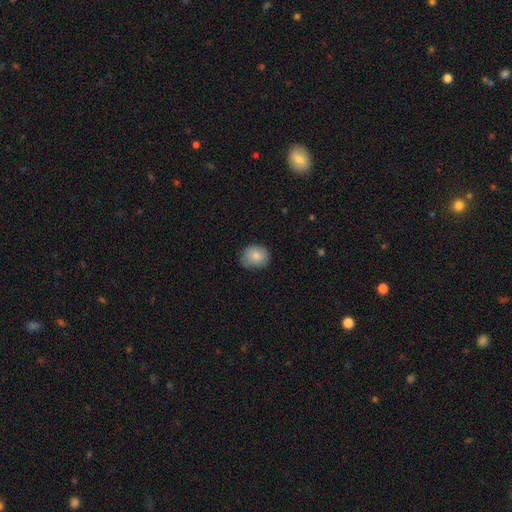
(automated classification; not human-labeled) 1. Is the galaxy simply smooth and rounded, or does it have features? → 82% smooth, 11% featured or disk, 7% star or artifact.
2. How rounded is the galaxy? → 66% round, 34% in between, 1% cigar-shaped.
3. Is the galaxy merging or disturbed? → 70% none, 25% minor disturbance, 4% major disturbance, 1% merger.